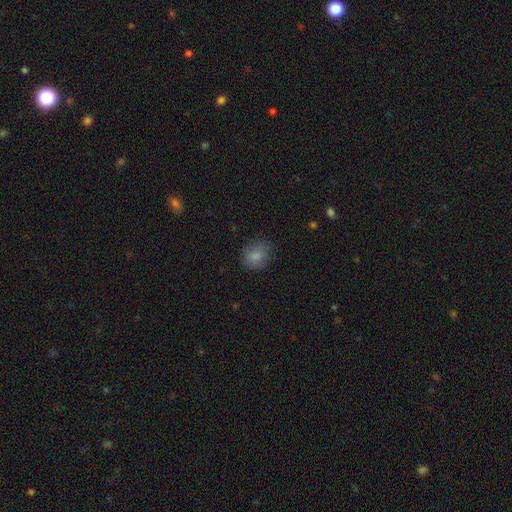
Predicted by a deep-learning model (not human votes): Morphology: type=smooth (83%); roundness=round (69%); merging=none (76%).